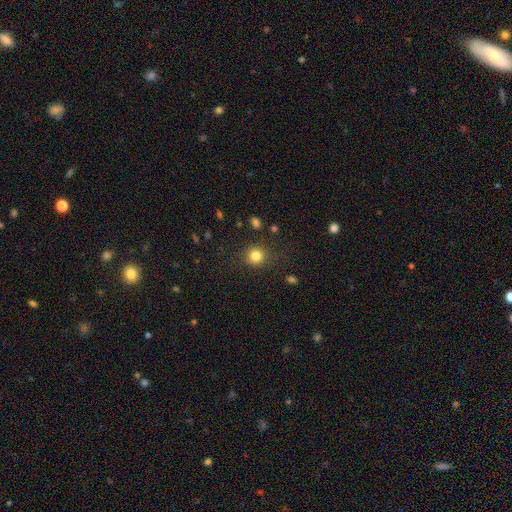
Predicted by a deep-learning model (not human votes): Smooth or featured?
  - smooth: 82% *
  - star or artifact: 12%
  - featured or disk: 6%
How rounded?
  - round: 89% *
  - in between: 10%
  - cigar-shaped: 1%
Merging?
  - none: 85% *
  - minor disturbance: 9%
  - major disturbance: 4%
  - merger: 2%